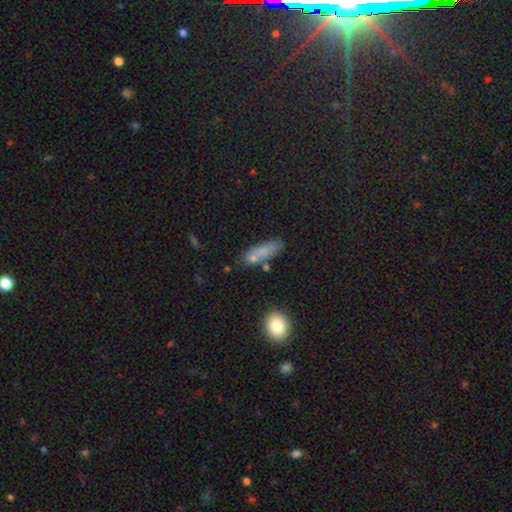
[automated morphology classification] smooth 75%, featured or disk 13%, star or artifact 12%. Down the decision tree: how rounded — in between (48%); merging — none (65%).